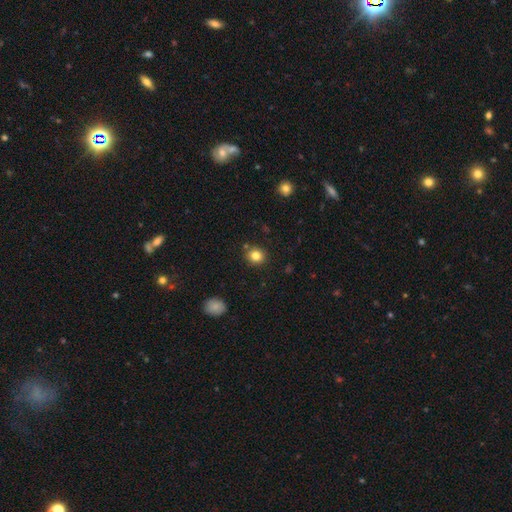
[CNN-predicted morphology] type=smooth (82%); roundness=round (85%); merging=none (86%).